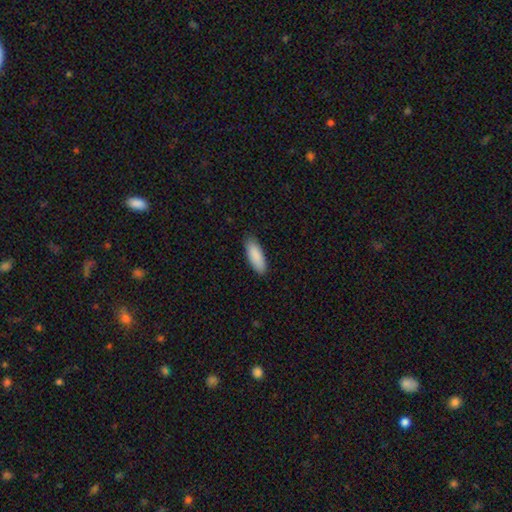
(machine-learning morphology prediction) type=smooth (90%); roundness=in between (68%); merging=none (87%).